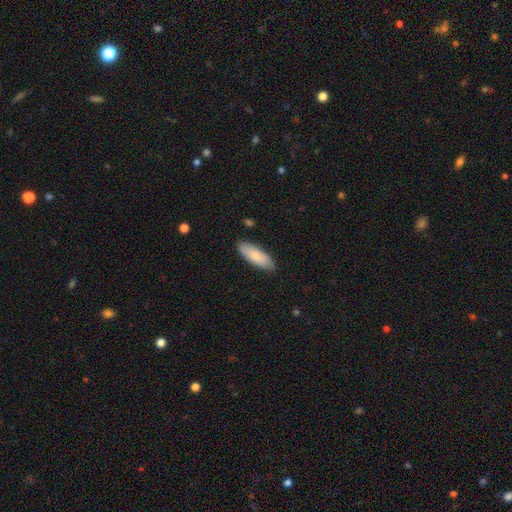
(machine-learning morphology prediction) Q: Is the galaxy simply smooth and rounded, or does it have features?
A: smooth — 81%.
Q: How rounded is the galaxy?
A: in between — 69%.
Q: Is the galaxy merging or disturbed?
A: none — 86%.